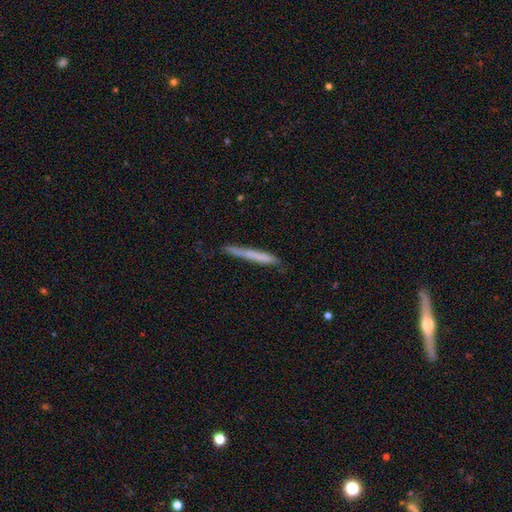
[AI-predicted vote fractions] Smooth or featured? smooth (64%)
How rounded? cigar-shaped (97%)
Merging? none (77%)